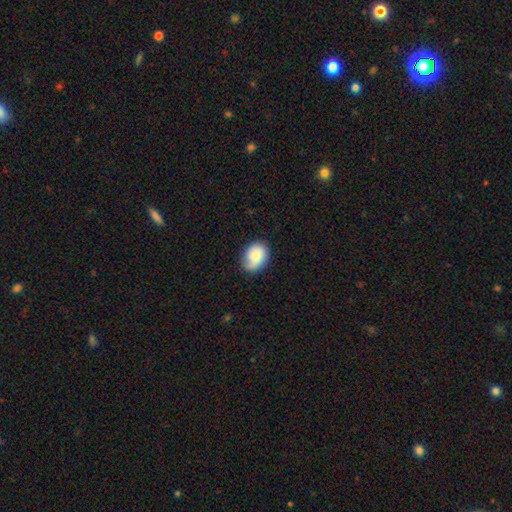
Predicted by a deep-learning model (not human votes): A smooth galaxy with no disk features (71%) that is in between round and cigar-shaped (62%).

Vote fractions:
- Smooth or featured? smooth: 71% / featured or disk: 22% / star or artifact: 7%
- How rounded? in between: 62% / round: 37% / cigar-shaped: 1%
- Merging? none: 71% / minor disturbance: 22% / major disturbance: 5% / merger: 1%